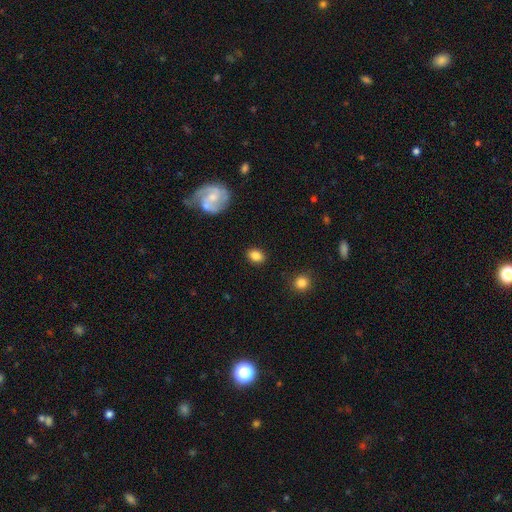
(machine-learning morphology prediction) A smooth galaxy with no disk features (83%) that is in between round and cigar-shaped (68%).

Vote fractions:
- Smooth or featured? smooth: 83% / star or artifact: 9% / featured or disk: 8%
- How rounded? in between: 68% / round: 30% / cigar-shaped: 1%
- Merging? none: 86% / minor disturbance: 9% / major disturbance: 3% / merger: 2%